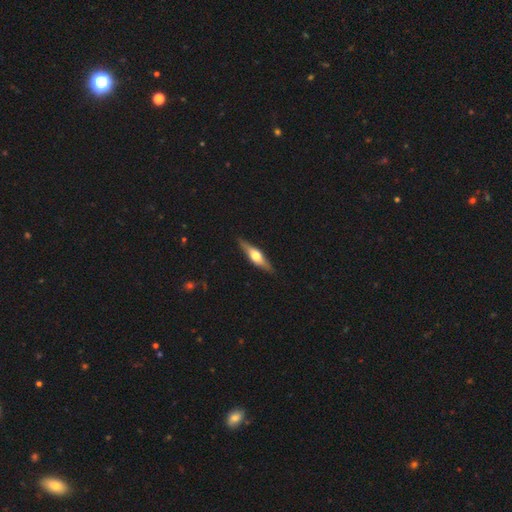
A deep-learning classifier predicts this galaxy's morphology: Smooth or featured?
  - featured or disk: 63% *
  - smooth: 31%
  - star or artifact: 5%
Edge-on disk?
  - yes: 95% *
  - no: 5%
Edge-on bulge?
  - rounded: 94% *
  - boxy: 5%
  - none: 2%
Merging?
  - none: 89% *
  - minor disturbance: 8%
  - major disturbance: 2%
  - merger: 1%